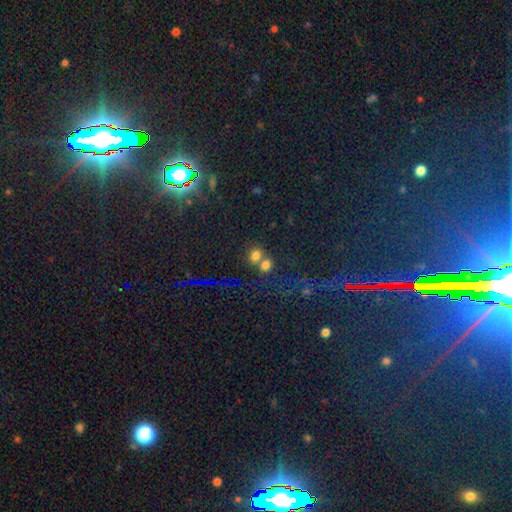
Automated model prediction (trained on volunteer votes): This is likely a smooth galaxy (68%). How rounded: possibly round (58%). Merging: possibly merger (52%).